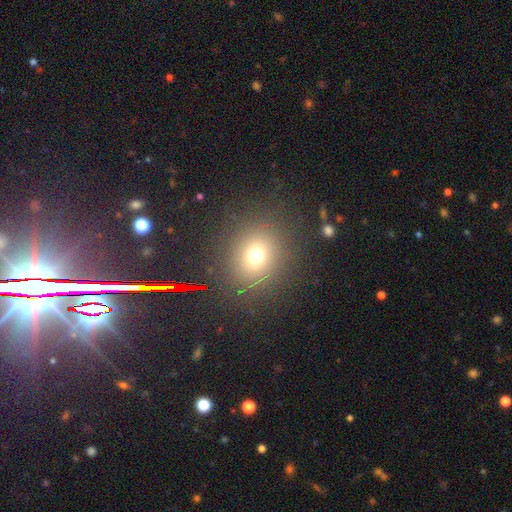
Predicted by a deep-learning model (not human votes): A smooth galaxy with no disk features (69%) that is round (81%).

Vote fractions:
- Smooth or featured? smooth: 69% / star or artifact: 21% / featured or disk: 10%
- How rounded? round: 81% / in between: 18% / cigar-shaped: 1%
- Merging? none: 86% / minor disturbance: 7% / major disturbance: 5% / merger: 2%